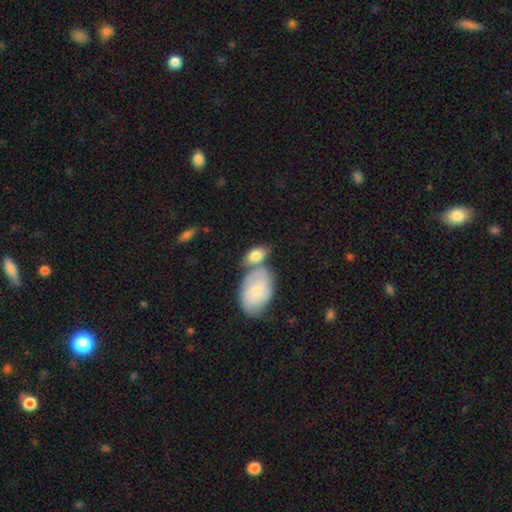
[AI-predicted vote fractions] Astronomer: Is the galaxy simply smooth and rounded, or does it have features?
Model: smooth — 70%.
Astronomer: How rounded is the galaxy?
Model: in between — 87%.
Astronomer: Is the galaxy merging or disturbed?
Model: merger — 41% (runner-up: none, 39%).